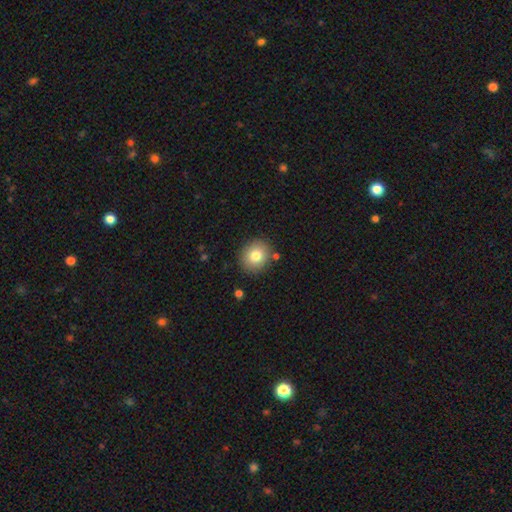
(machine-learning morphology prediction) A smooth galaxy with no disk features (79%) that is round (81%). Merging: none (86%).